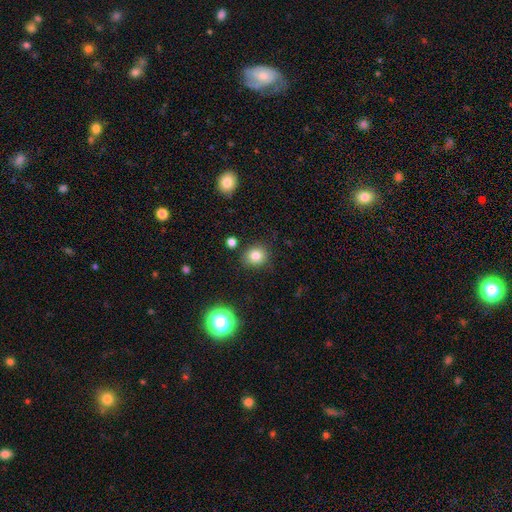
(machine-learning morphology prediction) A smooth galaxy with no disk features (81%) that is round (86%). Merging: none (86%).